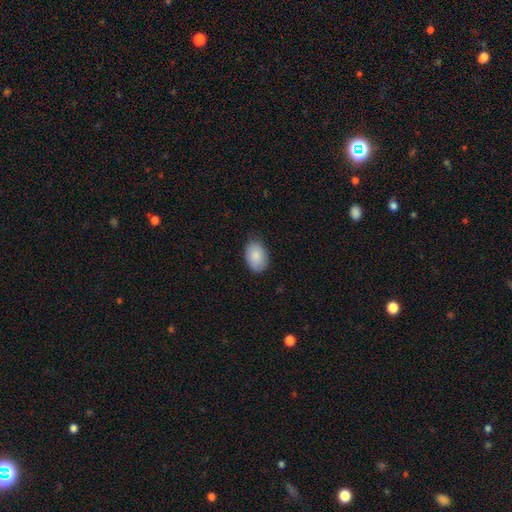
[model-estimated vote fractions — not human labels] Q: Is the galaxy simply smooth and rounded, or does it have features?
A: smooth — 87%.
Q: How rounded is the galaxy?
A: in between — 88%.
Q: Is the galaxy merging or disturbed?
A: none — 81%.